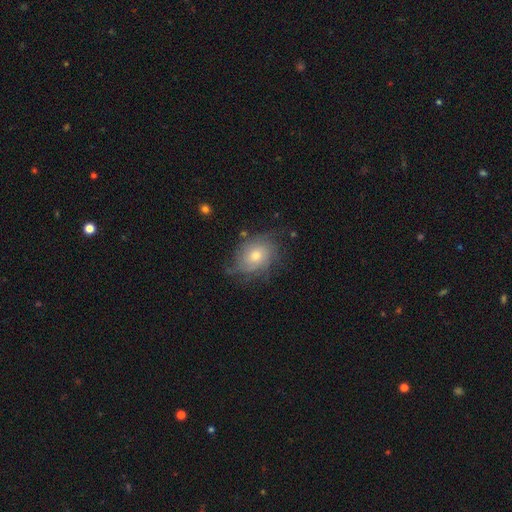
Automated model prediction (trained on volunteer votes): The model was most divided on "bulge size": moderate: 62%, small: 31%, large: 5%, none: 1%, dominant: 1%. More confident: edge-on disk — no (96%); spiral arms — yes (83%); bar — no (81%); merging — none (65%); smooth or featured — featured or disk (62%).